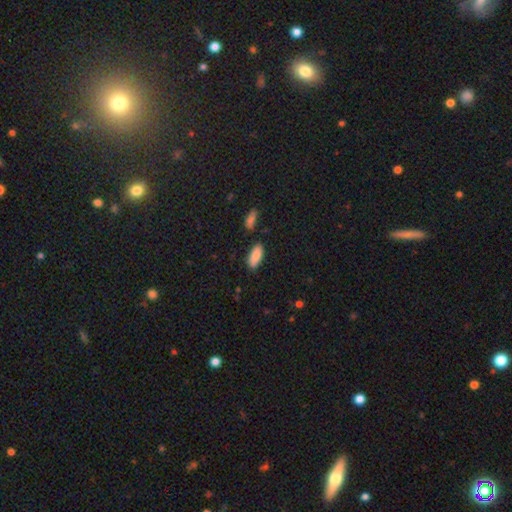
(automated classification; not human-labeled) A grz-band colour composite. It shows a smooth galaxy with no disk features (88%) that is in between round and cigar-shaped (84%). Merging: none (81%).